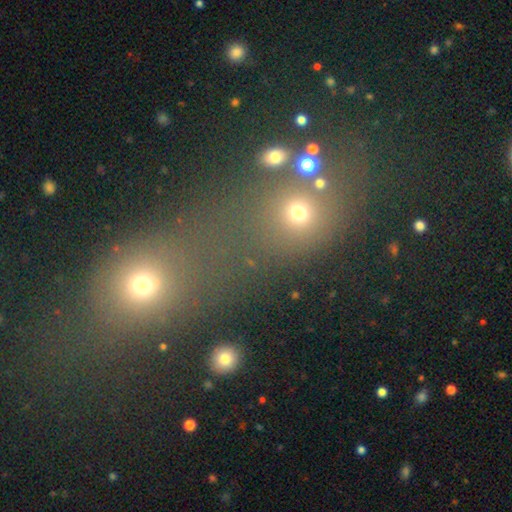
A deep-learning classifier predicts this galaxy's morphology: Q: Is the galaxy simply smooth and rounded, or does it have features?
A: smooth — 52%.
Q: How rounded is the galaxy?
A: round — 70%.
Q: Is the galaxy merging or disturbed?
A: merger — 53%.